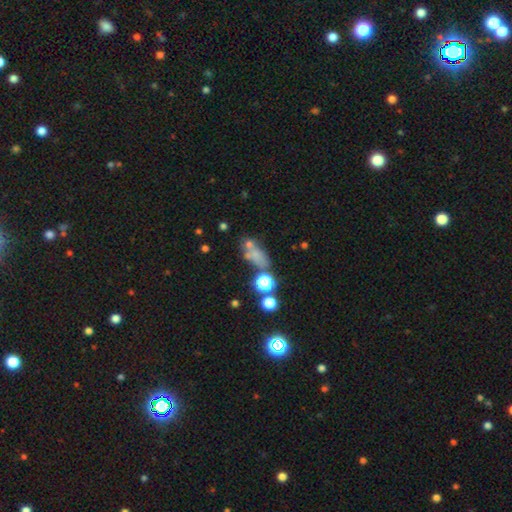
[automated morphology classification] This appears to be a smooth galaxy with no disk features (57%) that is in between round and cigar-shaped (68%). Merging: none (42%).